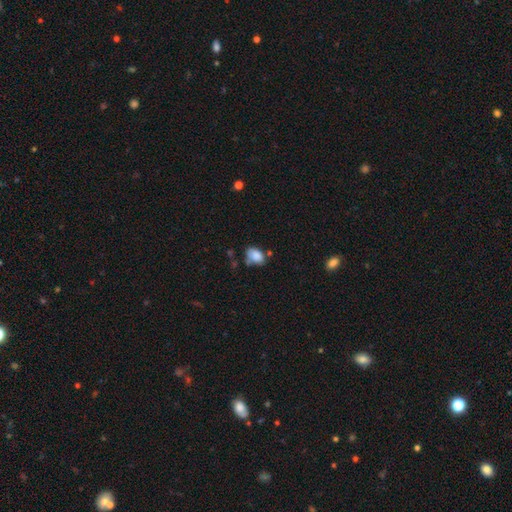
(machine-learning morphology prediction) A smooth galaxy with no disk features (82%) that is in between round and cigar-shaped (83%).

Vote fractions:
- Smooth or featured? smooth: 82% / featured or disk: 9% / star or artifact: 9%
- How rounded? in between: 83% / round: 15% / cigar-shaped: 1%
- Merging? none: 49% / minor disturbance: 28% / merger: 13% / major disturbance: 10%